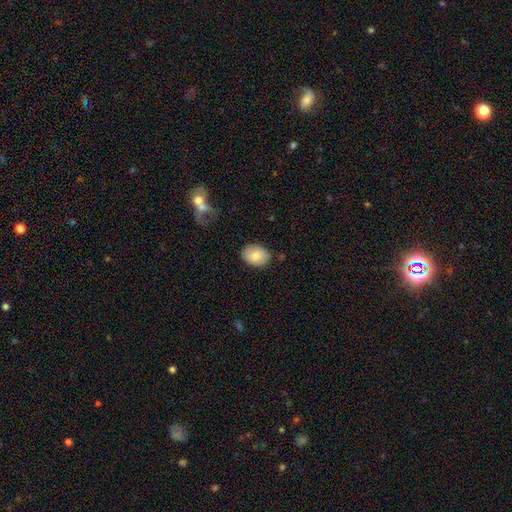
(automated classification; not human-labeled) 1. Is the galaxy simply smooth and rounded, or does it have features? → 82% smooth, 11% featured or disk, 7% star or artifact.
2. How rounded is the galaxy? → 75% in between, 24% round, 1% cigar-shaped.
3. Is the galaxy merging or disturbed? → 82% none, 13% minor disturbance, 3% major disturbance, 2% merger.